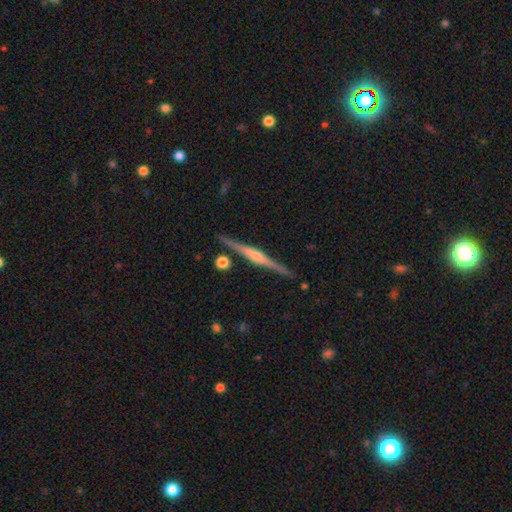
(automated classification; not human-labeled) This is clearly a featured or disk galaxy (82%). It is clearly viewed edge-on (98%). Edge-on bulge: likely rounded (77%). Merging: clearly none (89%).